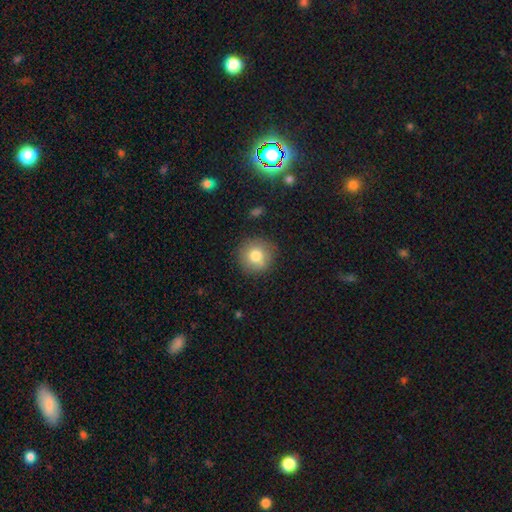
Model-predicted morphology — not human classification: smooth-or-featured: smooth: 78% | featured or disk: 12% | star or artifact: 10%
  how-rounded: round: 94% | in between: 5% | cigar-shaped: 1%
  merging: none: 86% | minor disturbance: 10% | major disturbance: 3% | merger: 2%